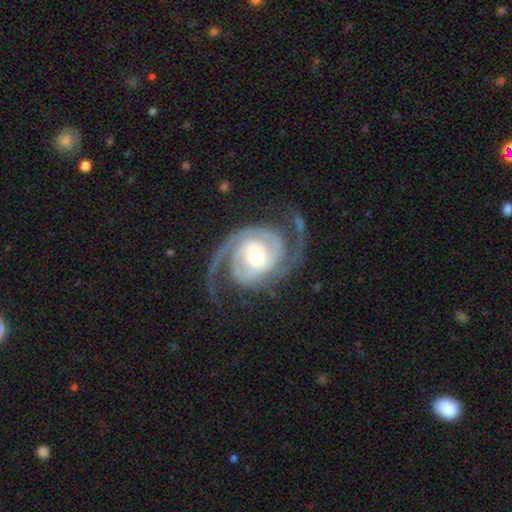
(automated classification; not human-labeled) smooth_or_featured: featured or disk (p=0.93) [alt: star or artifact p=0.04]
disk_edge_on: no (p=0.98) [alt: yes p=0.02]
bar: no (p=0.52) [alt: weak p=0.29]
has_spiral_arms: yes (p=0.98) [alt: no p=0.02]
spiral_winding: tight (p=0.48) [alt: medium p=0.43]
spiral_arm_count: 2 (p=0.82) [alt: 3 p=0.08]
bulge_size: moderate (p=0.63) [alt: small p=0.26]
merging: none (p=0.73) [alt: minor disturbance p=0.14]